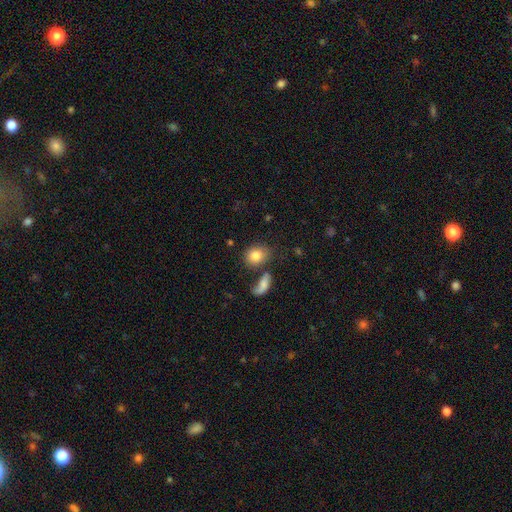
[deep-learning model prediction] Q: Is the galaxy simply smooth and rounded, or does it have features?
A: smooth — 81%.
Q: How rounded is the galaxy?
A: round — 53%.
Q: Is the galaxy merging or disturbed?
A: none — 60%.